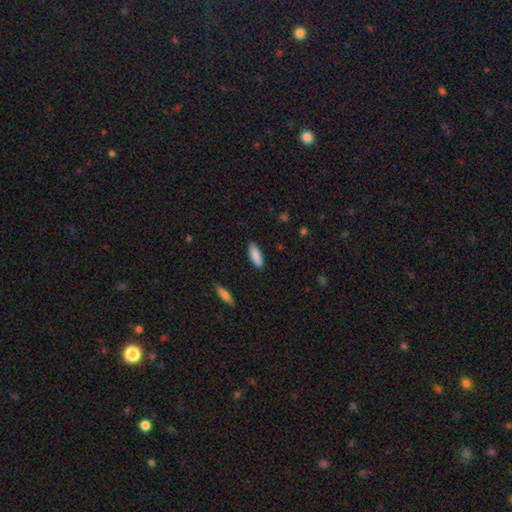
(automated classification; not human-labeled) Q: Smooth or featured?
A: smooth (87%); runner-up: featured or disk (6%)
Q: How rounded?
A: in between (56%); runner-up: cigar-shaped (42%)
Q: Merging?
A: none (87%); runner-up: minor disturbance (10%)